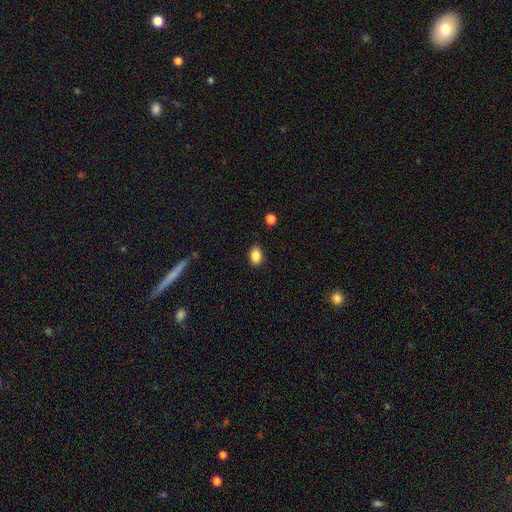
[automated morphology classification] This is clearly a smooth galaxy (86%). How rounded: likely in between (78%). Merging: clearly none (87%).